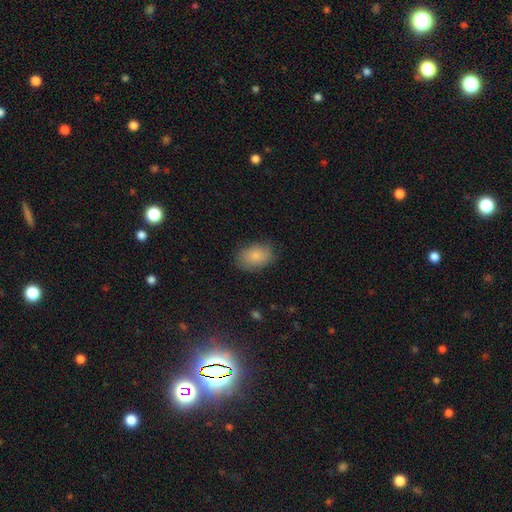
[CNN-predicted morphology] Smooth or featured: smooth — 85% (star or artifact — 7%)
How rounded: in between — 86% (round — 13%)
Merging: none — 82% (minor disturbance — 14%)